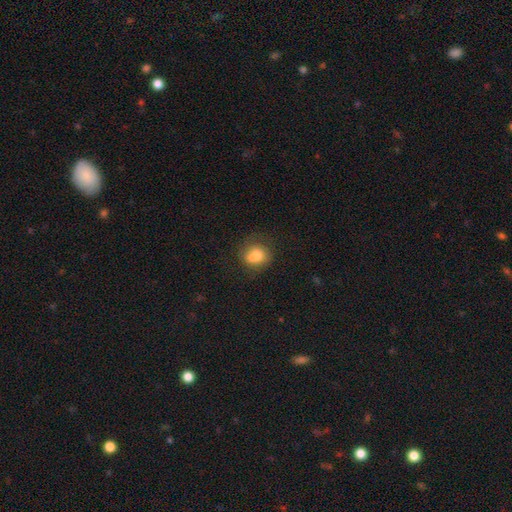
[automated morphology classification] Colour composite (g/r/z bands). It shows a smooth galaxy with no disk features (78%) that is round (68%). Merging: none (57%).